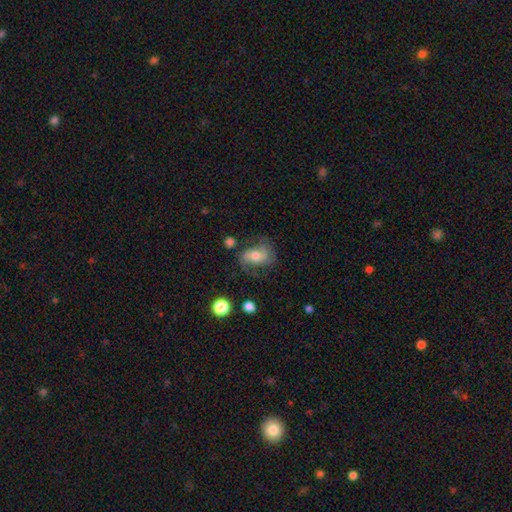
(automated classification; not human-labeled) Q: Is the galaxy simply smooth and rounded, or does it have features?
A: featured or disk — 60%.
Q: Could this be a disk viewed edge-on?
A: no — 96%.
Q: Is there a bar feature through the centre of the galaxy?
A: no — 57%.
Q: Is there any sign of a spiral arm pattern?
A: yes — 84%.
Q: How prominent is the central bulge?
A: moderate — 63%.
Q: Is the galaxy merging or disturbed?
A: none — 57%.